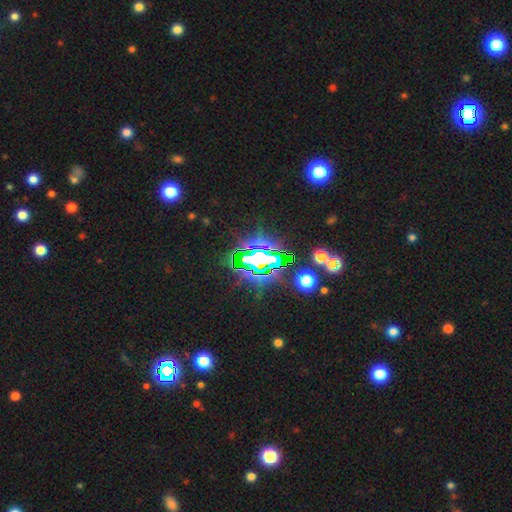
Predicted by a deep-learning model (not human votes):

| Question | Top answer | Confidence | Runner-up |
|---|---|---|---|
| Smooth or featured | star or artifact | 76% | smooth (13%) |